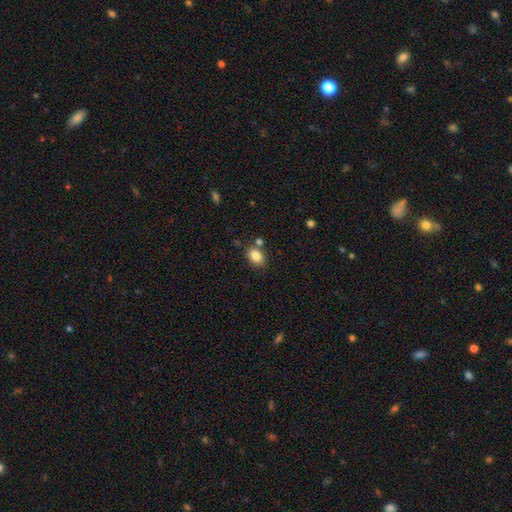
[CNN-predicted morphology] A smooth galaxy with no disk features (84%) that is in between round and cigar-shaped (75%). Merging: none (72%).